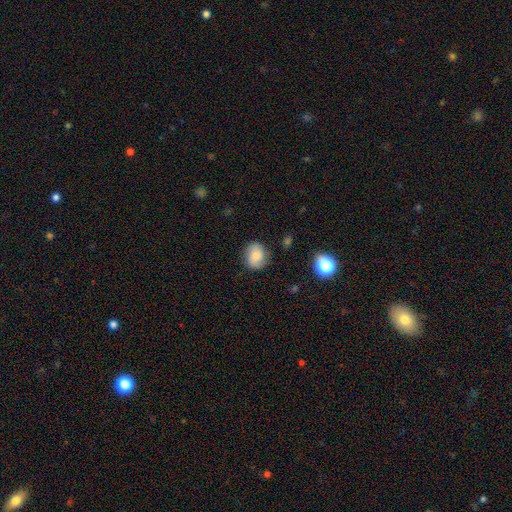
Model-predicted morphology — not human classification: The model was most divided on "how rounded": round: 67%, in between: 32%, cigar-shaped: 1%. More confident: merging — none (77%); smooth or featured — smooth (68%).